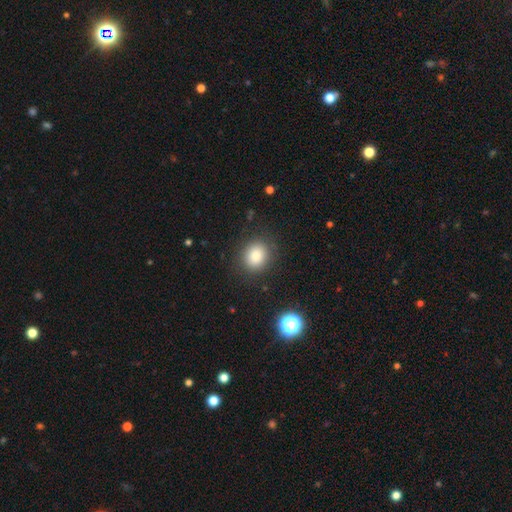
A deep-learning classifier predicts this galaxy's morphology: Smooth or featured?
  - smooth: 82% *
  - star or artifact: 11%
  - featured or disk: 7%
How rounded?
  - round: 71% *
  - in between: 28%
  - cigar-shaped: 1%
Merging?
  - none: 87% *
  - minor disturbance: 9%
  - major disturbance: 3%
  - merger: 1%